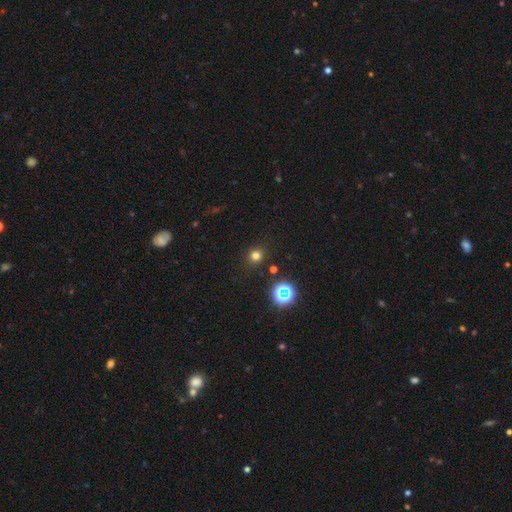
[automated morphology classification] Smooth or featured?
  - smooth: 73% *
  - star or artifact: 22%
  - featured or disk: 6%
How rounded?
  - round: 86% *
  - in between: 13%
  - cigar-shaped: 1%
Merging?
  - none: 88% *
  - minor disturbance: 7%
  - major disturbance: 3%
  - merger: 2%